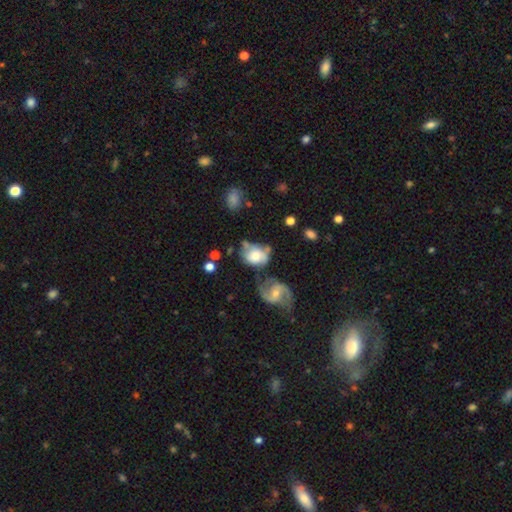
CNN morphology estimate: Overall: smooth (53%; featured or disk 38%). How rounded: in between (59%; round 40%). Merging: none (34%; minor disturbance 24%).